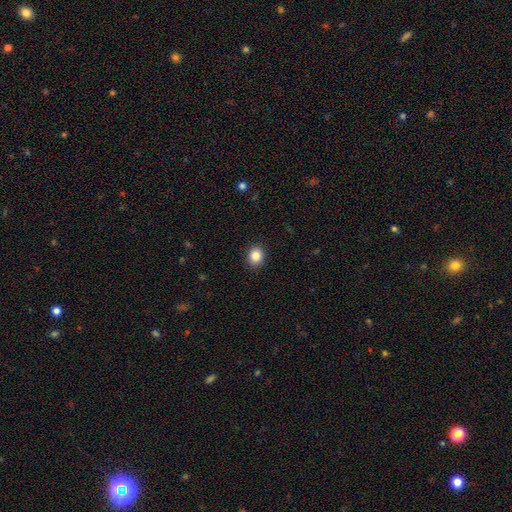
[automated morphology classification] Smooth or featured? smooth (85%)
How rounded? round (67%)
Merging? none (91%)